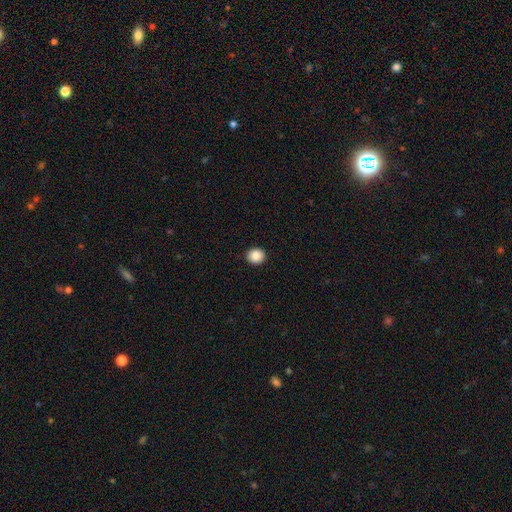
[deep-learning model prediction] smooth_or_featured: smooth (p=0.89) [alt: star or artifact p=0.09]
how_rounded: round (p=0.84) [alt: in between p=0.15]
merging: none (p=0.92) [alt: minor disturbance p=0.05]